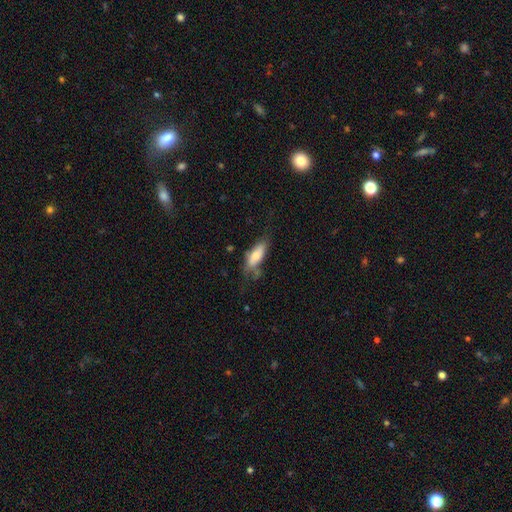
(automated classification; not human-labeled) A smooth galaxy with no disk features (67%) that is in between round and cigar-shaped (69%). Merging: none (46%).